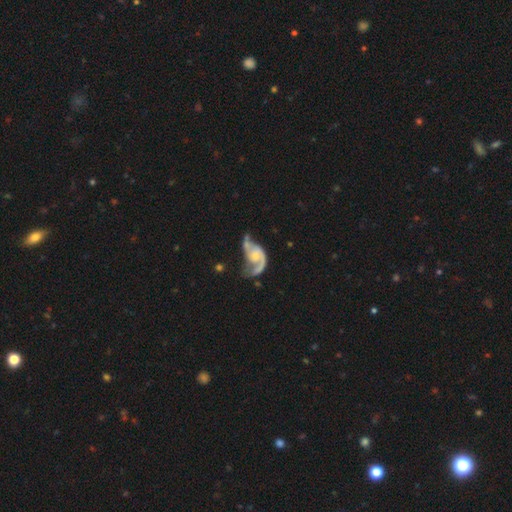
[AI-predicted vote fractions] A featured or disk galaxy (85%) with no bar (65%), 2 (70%) medium (44%) spiral arms (94%) and a small central bulge (48%). Merging: none (34%).